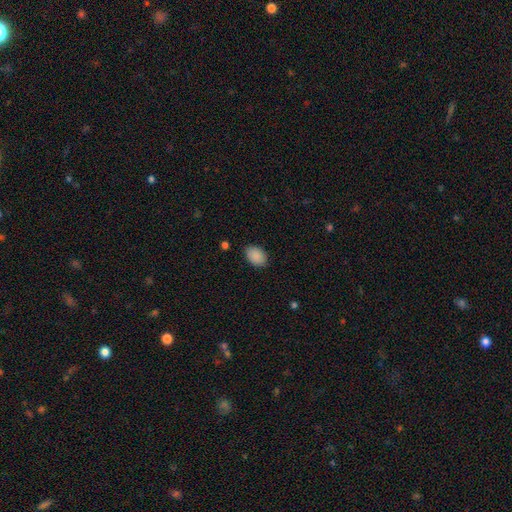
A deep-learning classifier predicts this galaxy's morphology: type=smooth (89%); roundness=in between (80%); merging=none (86%).